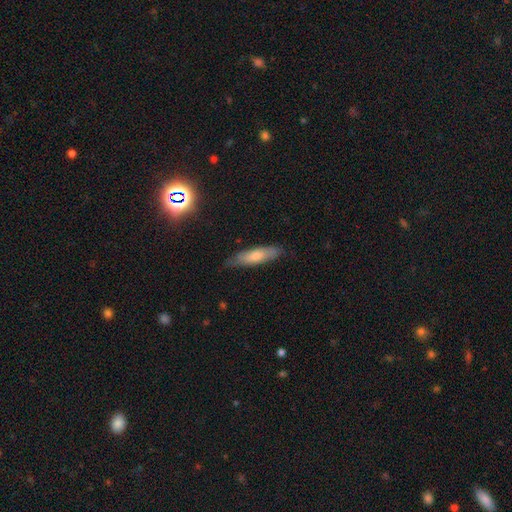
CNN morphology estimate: smooth-or-featured: smooth: 60% | featured or disk: 31% | star or artifact: 9%
  how-rounded: cigar-shaped: 66% | in between: 32% | round: 2%
  merging: none: 79% | minor disturbance: 17% | major disturbance: 3% | merger: 1%